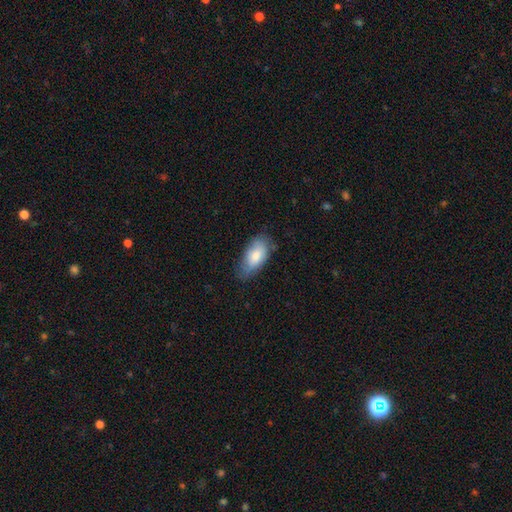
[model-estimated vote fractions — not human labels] smooth 78%, featured or disk 15%, star or artifact 6%. Down the decision tree: how rounded — in between (92%); merging — none (60%).